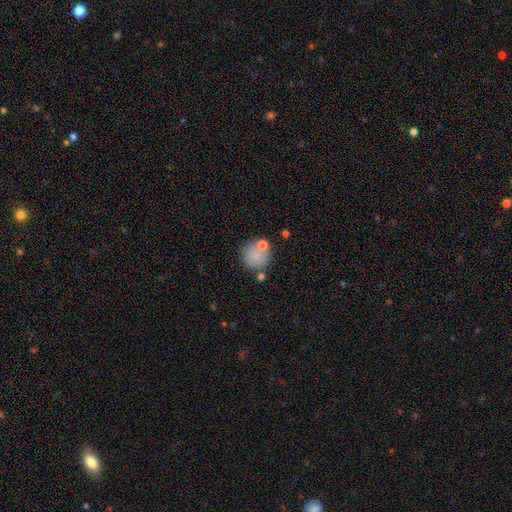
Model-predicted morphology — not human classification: A smooth galaxy with no disk features (79%) that is round (92%). Merging: none (72%).